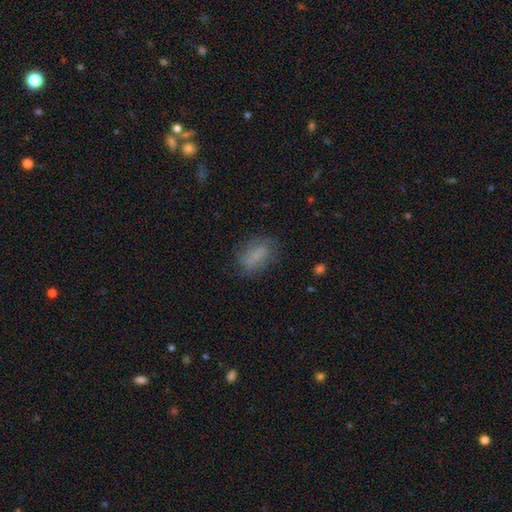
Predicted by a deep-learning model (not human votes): A smooth galaxy with no disk features (64%) that is in between round and cigar-shaped (84%).

Vote fractions:
- Smooth or featured? smooth: 64% / featured or disk: 24% / star or artifact: 12%
- How rounded? in between: 84% / round: 11% / cigar-shaped: 5%
- Merging? none: 69% / minor disturbance: 20% / major disturbance: 9% / merger: 2%